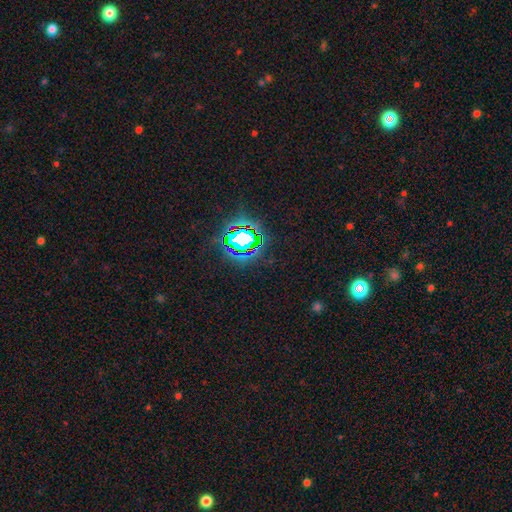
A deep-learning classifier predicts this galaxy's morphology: Smooth or featured: star or artifact — 82% (smooth — 12%)